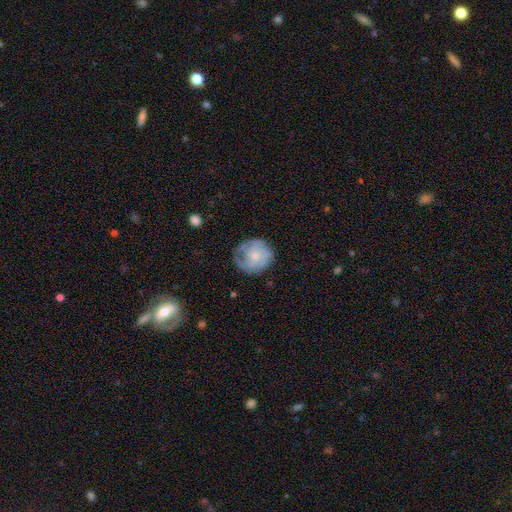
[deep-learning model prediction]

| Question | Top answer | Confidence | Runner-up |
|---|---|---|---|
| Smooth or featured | featured or disk | 51% | smooth (42%) |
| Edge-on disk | no | 98% | yes (2%) |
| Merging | none | 65% | minor disturbance (22%) |